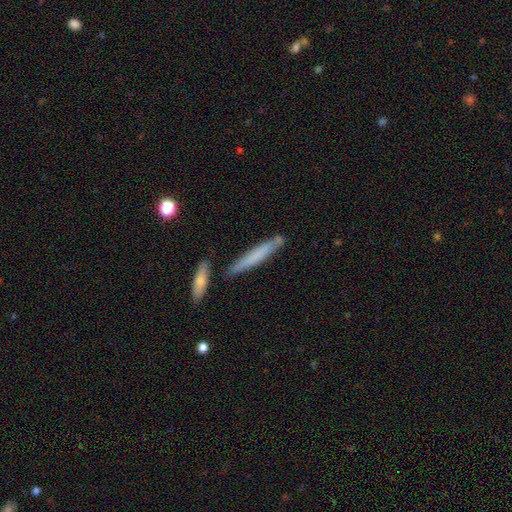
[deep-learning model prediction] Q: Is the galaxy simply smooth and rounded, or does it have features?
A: smooth — 65%.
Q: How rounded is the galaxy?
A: cigar-shaped — 94%.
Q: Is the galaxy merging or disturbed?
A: none — 79%.